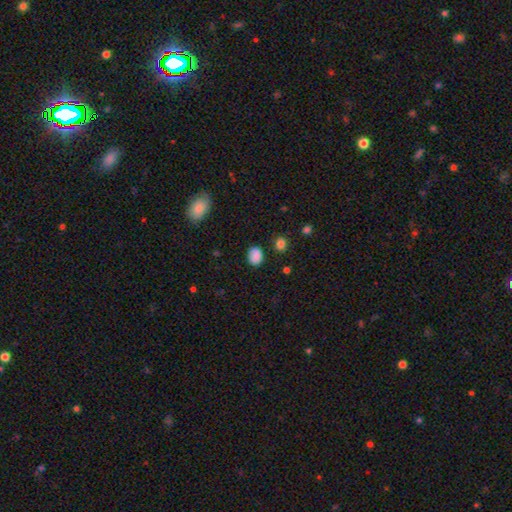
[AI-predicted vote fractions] This is clearly a smooth galaxy (86%). How rounded: likely in between (64%). Merging: clearly none (82%).